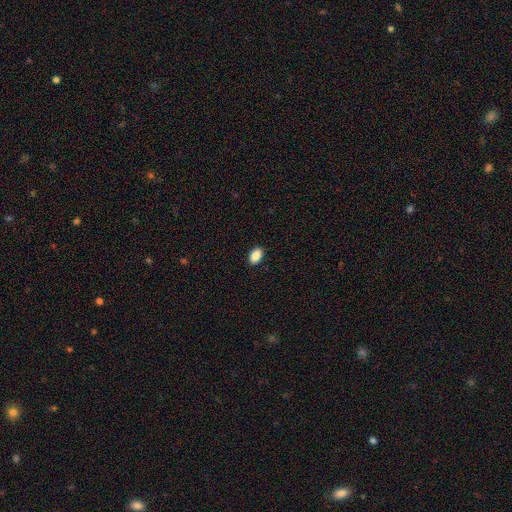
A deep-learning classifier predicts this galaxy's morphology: type=smooth (88%); roundness=in between (91%); merging=none (90%).